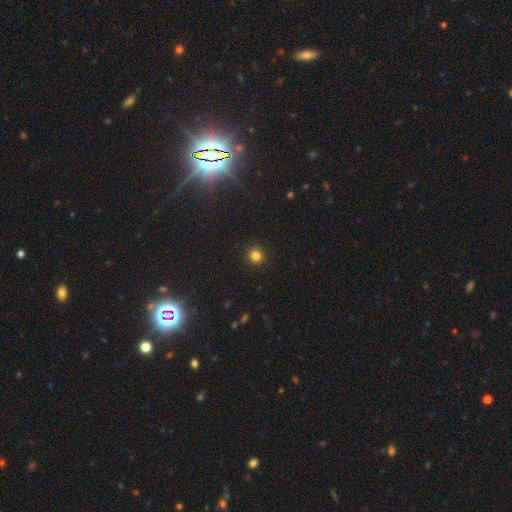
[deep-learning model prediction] This appears to be a smooth galaxy with no disk features (83%) that is round (94%). Merging: none (92%).